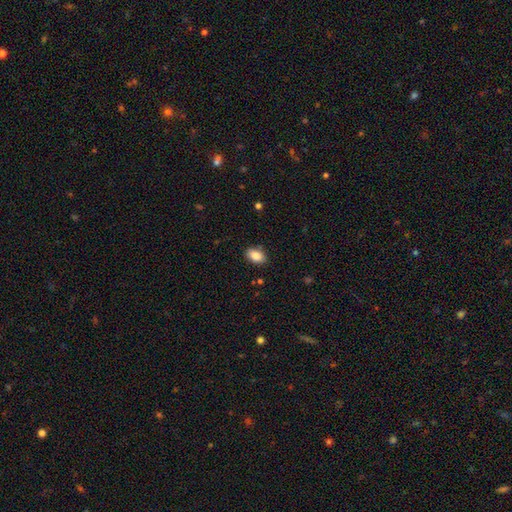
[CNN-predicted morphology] type=smooth (88%); roundness=in between (90%); merging=none (86%).